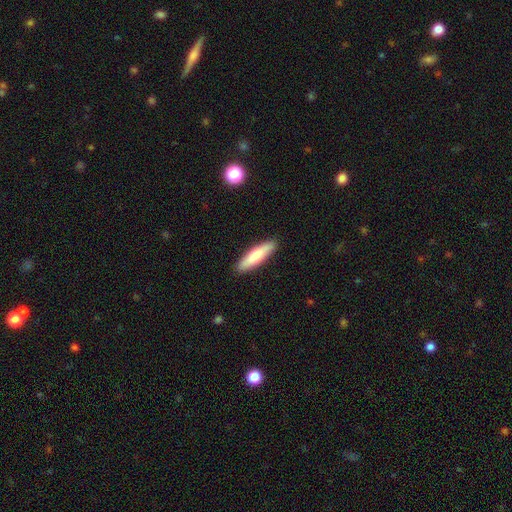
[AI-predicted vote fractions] smooth_or_featured: smooth (p=0.75) [alt: featured or disk p=0.20]
how_rounded: cigar-shaped (p=0.73) [alt: in between p=0.25]
merging: none (p=0.90) [alt: minor disturbance p=0.08]